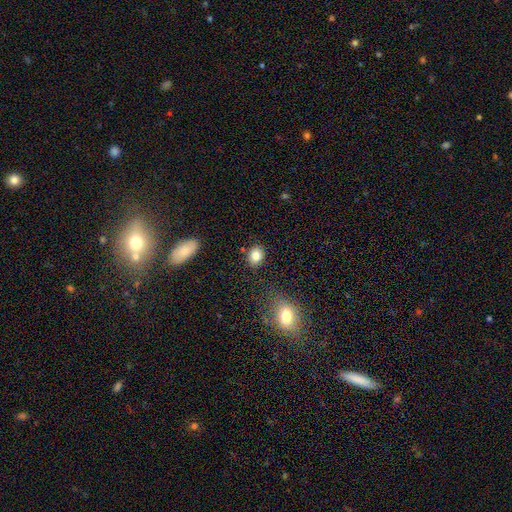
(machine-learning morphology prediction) A smooth galaxy with no disk features (83%) that is in between round and cigar-shaped (53%).

Vote fractions:
- Smooth or featured? smooth: 83% / star or artifact: 10% / featured or disk: 7%
- How rounded? in between: 53% / round: 45% / cigar-shaped: 1%
- Merging? none: 85% / minor disturbance: 10% / major disturbance: 3% / merger: 2%